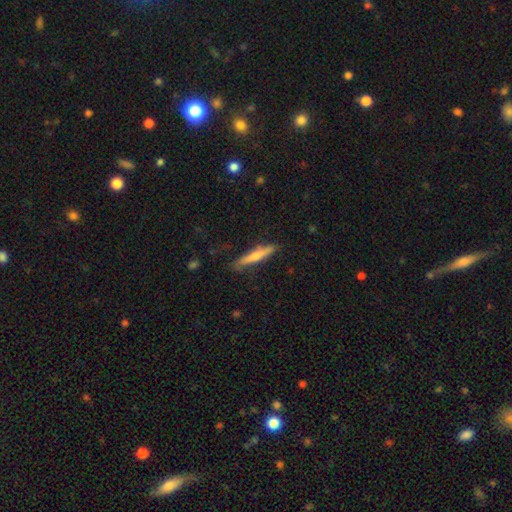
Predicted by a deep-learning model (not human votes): smooth 51%, featured or disk 43%, star or artifact 6%. Down the decision tree: how rounded — cigar-shaped (92%); merging — none (81%).